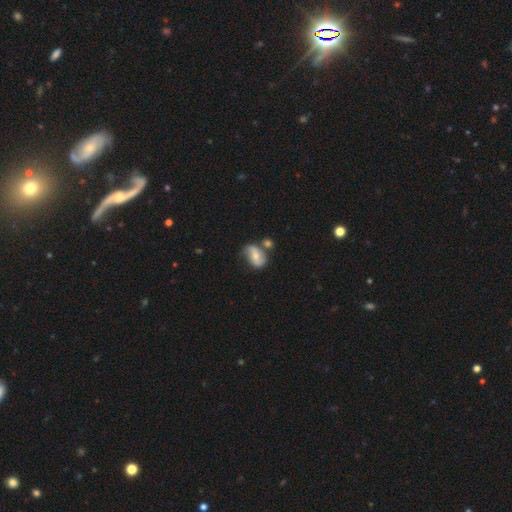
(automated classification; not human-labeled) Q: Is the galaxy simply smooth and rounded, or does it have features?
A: featured or disk — 49%.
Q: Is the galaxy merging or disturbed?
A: none — 47%.